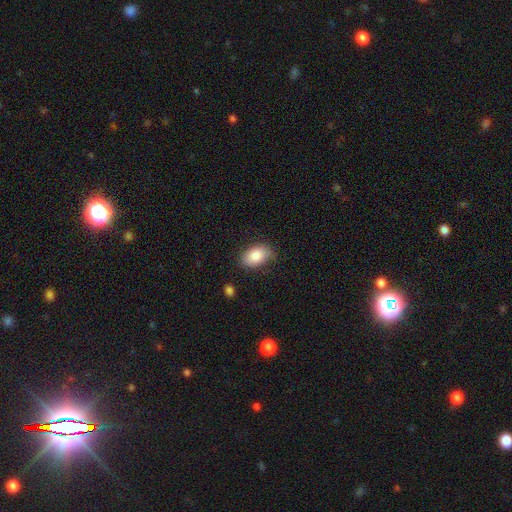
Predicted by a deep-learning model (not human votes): smooth_or_featured: smooth (p=0.83) [alt: featured or disk p=0.10]
how_rounded: in between (p=0.89) [alt: round p=0.10]
merging: none (p=0.73) [alt: minor disturbance p=0.21]